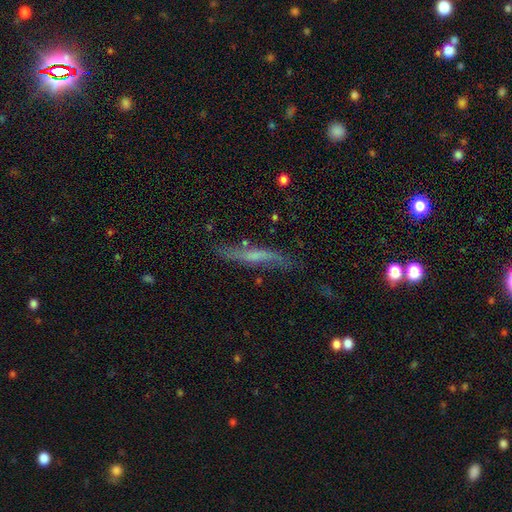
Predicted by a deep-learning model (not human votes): featured or disk 55%, smooth 36%, star or artifact 9%. Down the decision tree: edge-on disk — yes (70%); merging — none (67%).